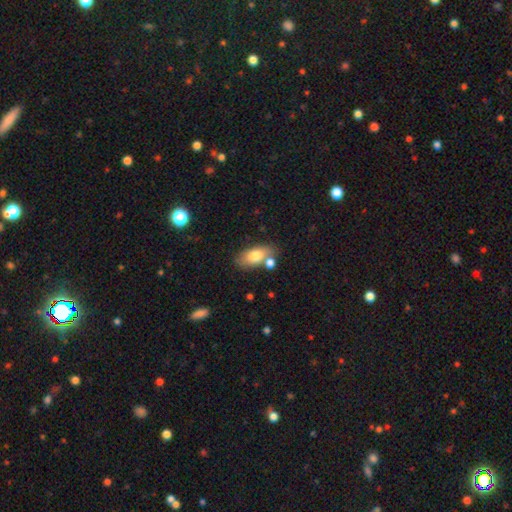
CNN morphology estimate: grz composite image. It shows a smooth galaxy with no disk features (75%) that is in between round and cigar-shaped (87%). Merging: none (63%).